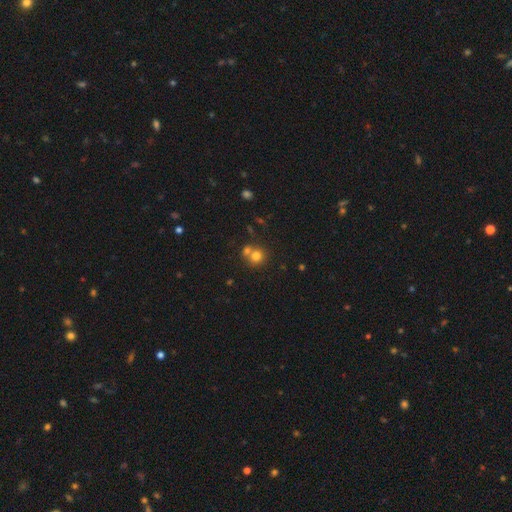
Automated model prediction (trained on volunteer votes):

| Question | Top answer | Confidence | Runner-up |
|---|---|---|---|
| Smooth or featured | smooth | 75% | star or artifact (14%) |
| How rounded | round | 87% | in between (12%) |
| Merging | none | 51% | merger (39%) |